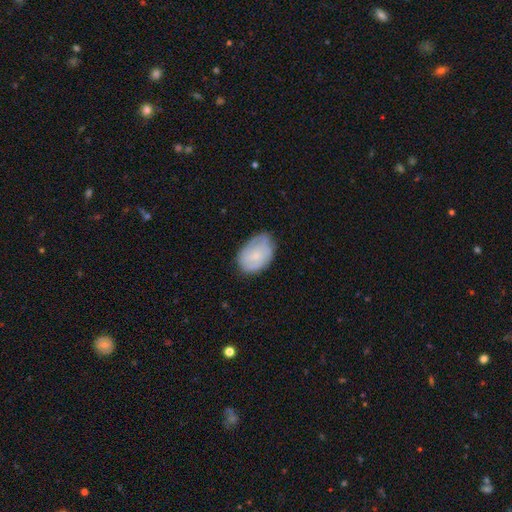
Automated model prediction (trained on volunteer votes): smooth_or_featured: featured or disk (p=0.48) [alt: smooth p=0.45]
merging: none (p=0.65) [alt: minor disturbance p=0.27]